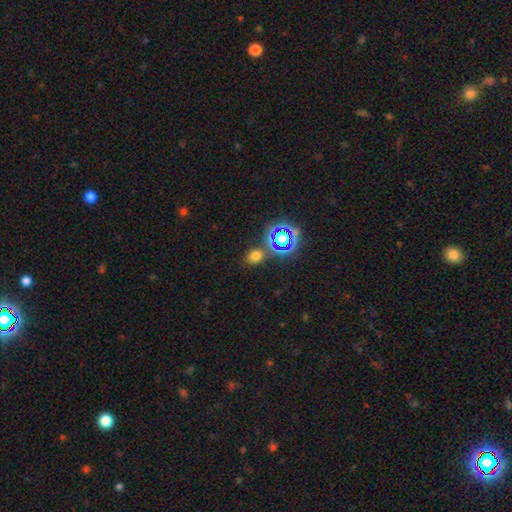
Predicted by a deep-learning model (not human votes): The model was most divided on "how rounded": in between: 51%, round: 48%, cigar-shaped: 2%. More confident: merging — none (77%); smooth or featured — smooth (65%).